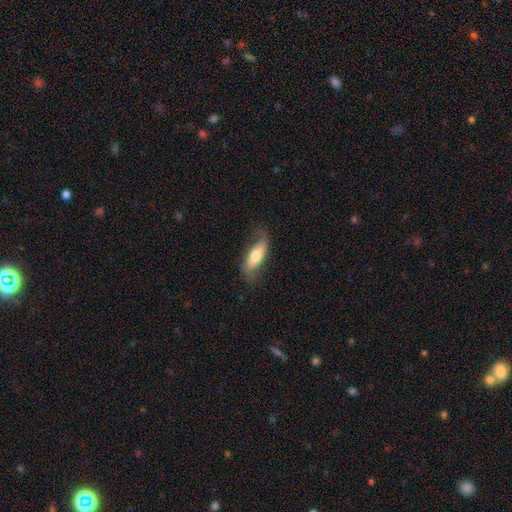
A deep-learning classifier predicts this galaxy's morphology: Overall: smooth (57%; featured or disk 37%). How rounded: in between (67%; cigar-shaped 30%). Merging: none (64%; minor disturbance 24%).